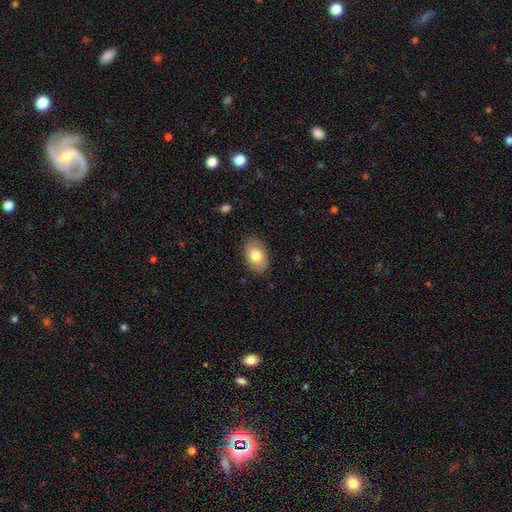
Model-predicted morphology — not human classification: type=smooth (78%); roundness=in between (88%); merging=none (85%).